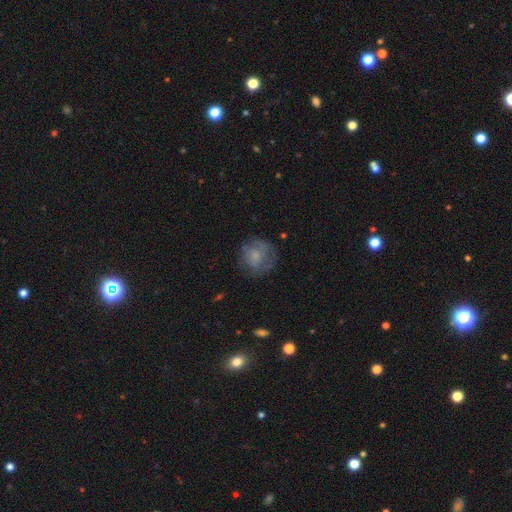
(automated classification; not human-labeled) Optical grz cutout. It shows a smooth galaxy with no disk features (55%) that is round (86%). Merging: none (64%).